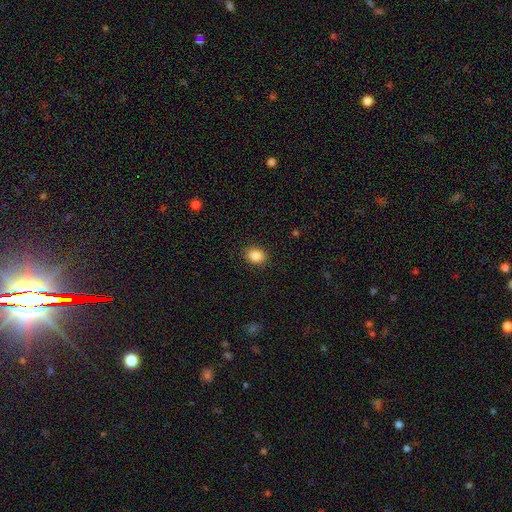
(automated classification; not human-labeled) Q: Smooth or featured?
A: smooth (88%); runner-up: star or artifact (9%)
Q: How rounded?
A: in between (63%); runner-up: round (36%)
Q: Merging?
A: none (89%); runner-up: minor disturbance (8%)